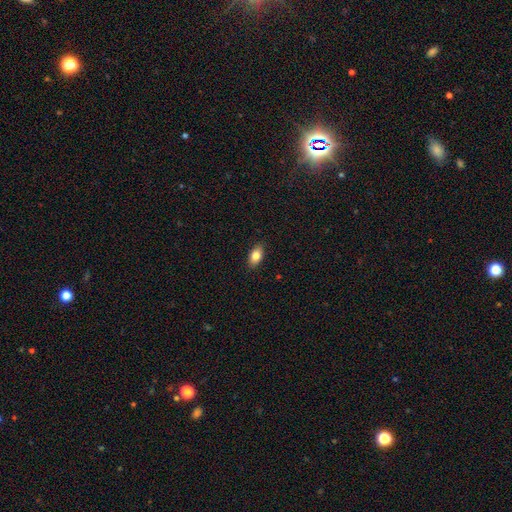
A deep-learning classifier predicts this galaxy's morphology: The model was most divided on "smooth or featured": smooth: 82%, featured or disk: 10%, star or artifact: 7%. More confident: how rounded — in between (91%); merging — none (88%).